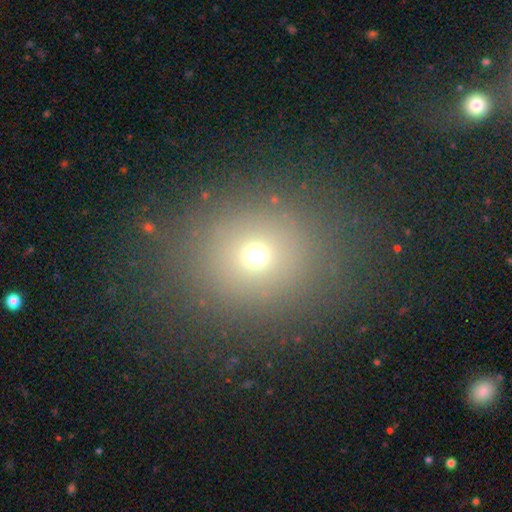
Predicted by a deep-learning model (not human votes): A smooth galaxy with no disk features (67%) that is round (75%).

Vote fractions:
- Smooth or featured? smooth: 67% / star or artifact: 23% / featured or disk: 10%
- How rounded? round: 75% / in between: 24% / cigar-shaped: 1%
- Merging? none: 85% / minor disturbance: 9% / major disturbance: 5% / merger: 2%